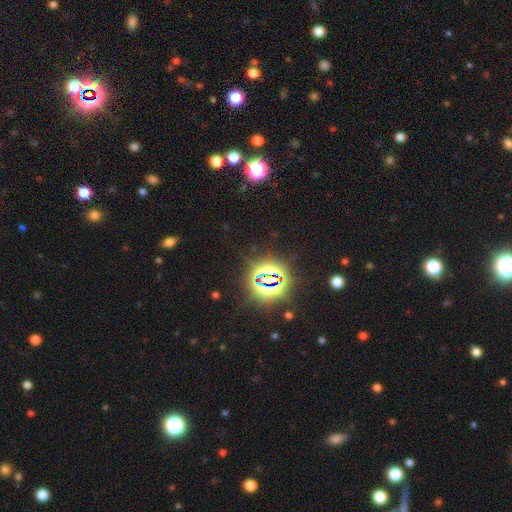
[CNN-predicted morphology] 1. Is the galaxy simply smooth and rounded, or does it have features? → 80% star or artifact, 13% smooth, 7% featured or disk.